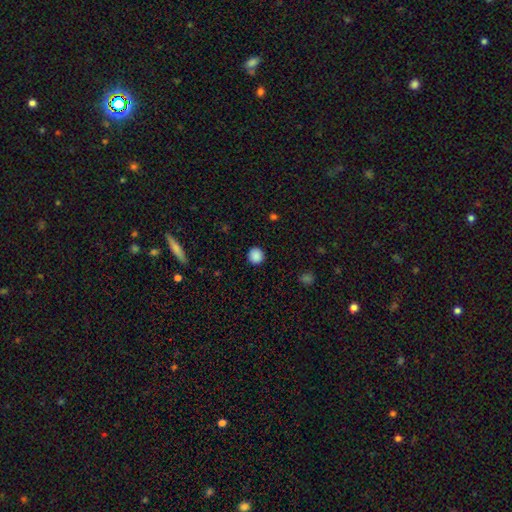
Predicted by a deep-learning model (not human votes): A smooth galaxy with no disk features (88%) that is round (94%). Merging: none (92%).